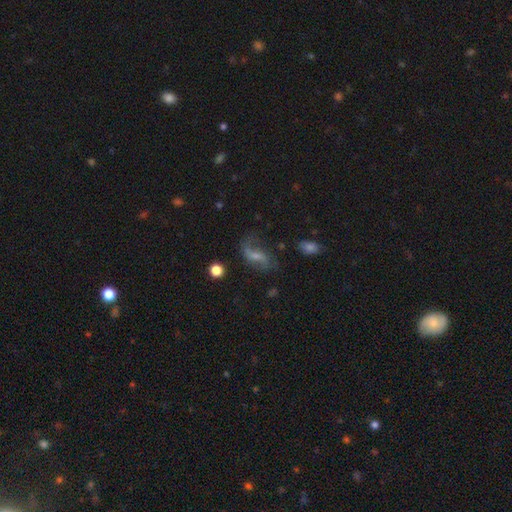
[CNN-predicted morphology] Smooth or featured? featured or disk (64%)
Edge-on disk? no (94%)
Bar? weak (45%)
Spiral arms? yes (88%)
Spiral winding? loose (78%)
Spiral arm count? 2 (82%)
Bulge size? small (47%)
Merging? none (55%)